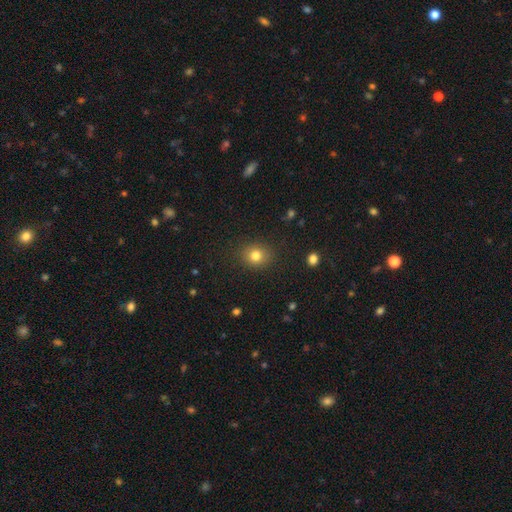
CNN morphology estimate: A smooth galaxy with no disk features (79%) that is round (71%).

Vote fractions:
- Smooth or featured? smooth: 79% / star or artifact: 13% / featured or disk: 8%
- How rounded? round: 71% / in between: 28% / cigar-shaped: 1%
- Merging? none: 88% / minor disturbance: 8% / major disturbance: 3% / merger: 1%